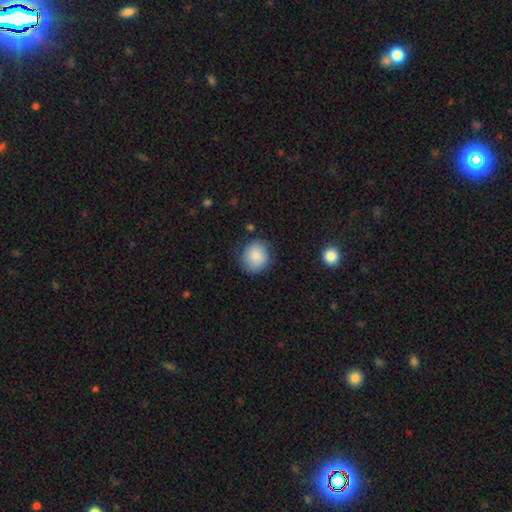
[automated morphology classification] The model was most divided on "how rounded": round: 79%, in between: 20%, cigar-shaped: 1%. More confident: smooth or featured — smooth (84%); merging — none (78%).